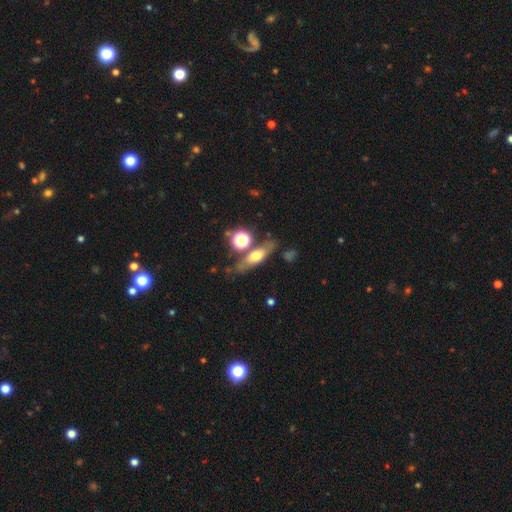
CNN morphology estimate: Smooth or featured? Predicted: smooth (p=0.46). Merging? Predicted: none (p=0.68).